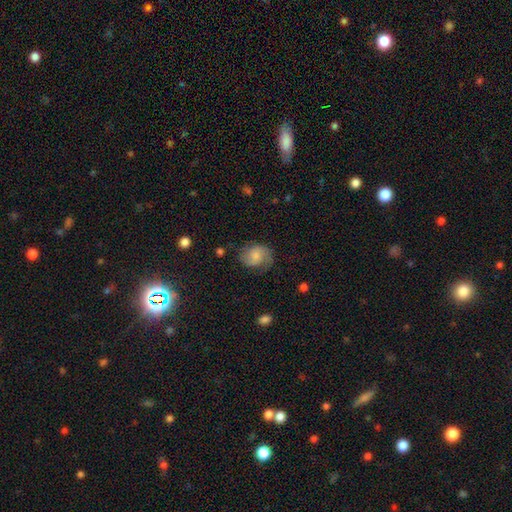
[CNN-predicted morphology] smooth-or-featured: featured or disk: 47% | smooth: 44% | star or artifact: 8%
  merging: none: 61% | minor disturbance: 25% | major disturbance: 13% | merger: 2%